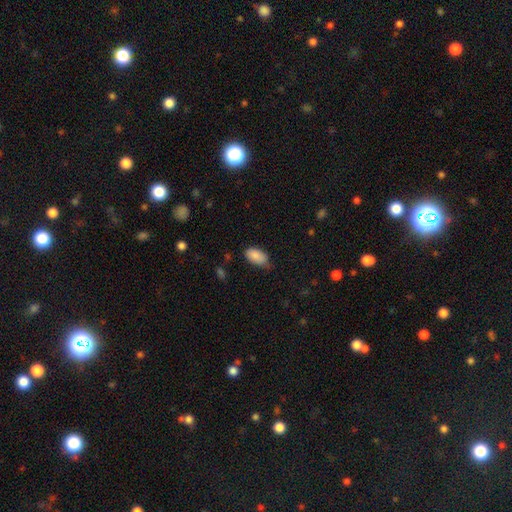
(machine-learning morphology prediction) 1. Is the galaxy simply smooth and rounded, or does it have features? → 87% smooth, 7% star or artifact, 6% featured or disk.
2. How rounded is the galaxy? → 94% in between, 4% round, 2% cigar-shaped.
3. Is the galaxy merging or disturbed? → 63% none, 31% minor disturbance, 5% major disturbance, 1% merger.